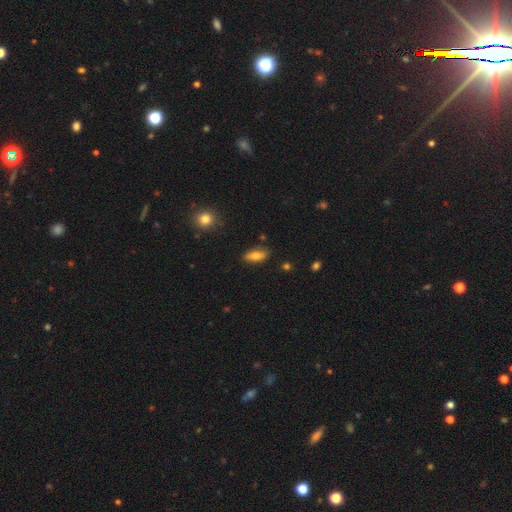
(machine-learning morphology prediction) Smooth or featured: smooth — 76% (featured or disk — 17%)
How rounded: in between — 77% (cigar-shaped — 20%)
Merging: none — 84% (minor disturbance — 12%)